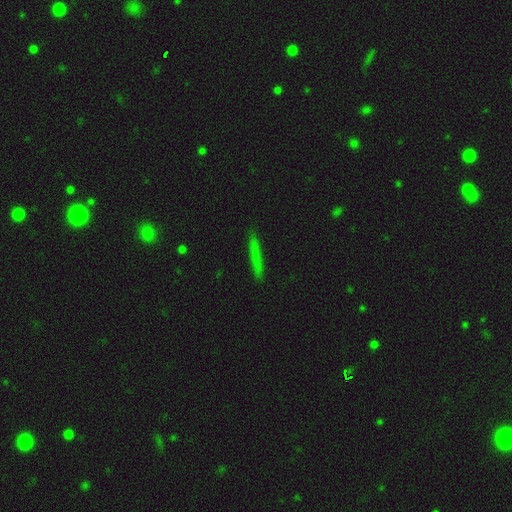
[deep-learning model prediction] A smooth galaxy with no disk features (66%) that is cigar-shaped (95%). Merging: none (88%).